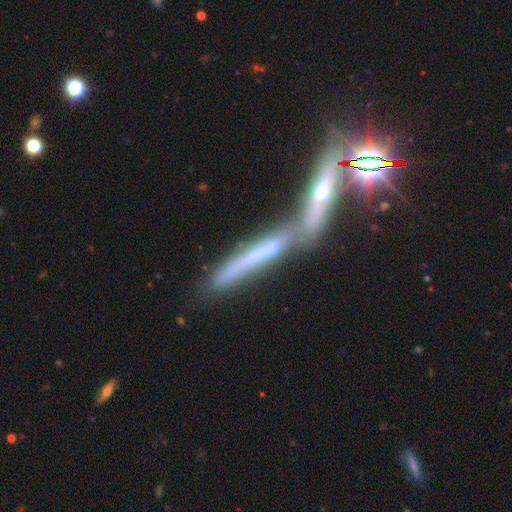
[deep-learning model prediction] Smooth or featured: featured or disk — 57% (smooth — 28%)
Edge-on disk: yes — 77% (no — 23%)
Merging: merger — 52% (none — 31%)